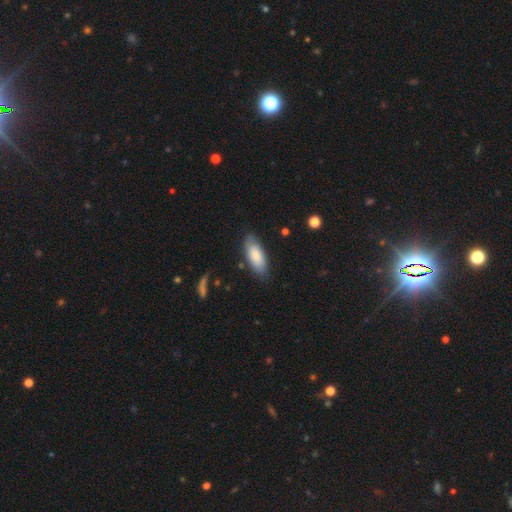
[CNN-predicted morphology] This appears to be a smooth galaxy with no disk features (82%) that is in between round and cigar-shaped (82%). Merging: none (80%).